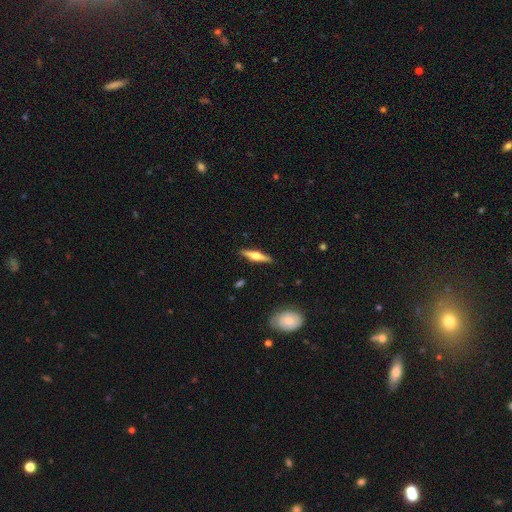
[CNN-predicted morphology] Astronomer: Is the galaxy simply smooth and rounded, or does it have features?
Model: featured or disk — 67%.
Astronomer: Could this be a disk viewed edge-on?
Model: yes — 96%.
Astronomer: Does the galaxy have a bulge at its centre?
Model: rounded — 94%.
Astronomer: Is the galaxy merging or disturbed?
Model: none — 90%.